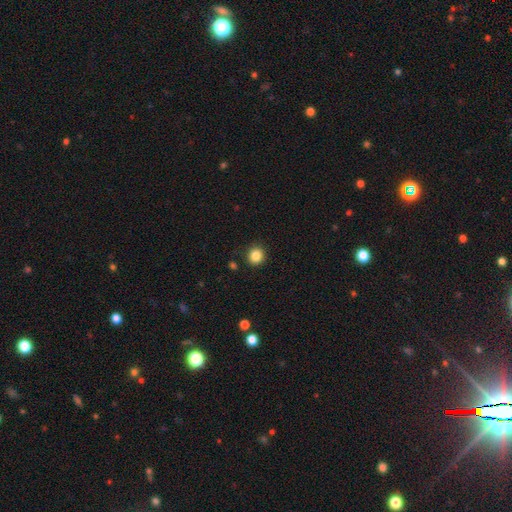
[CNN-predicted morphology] The model was most divided on "smooth or featured": smooth: 86%, star or artifact: 11%, featured or disk: 4%. More confident: merging — none (89%); how rounded — round (89%).